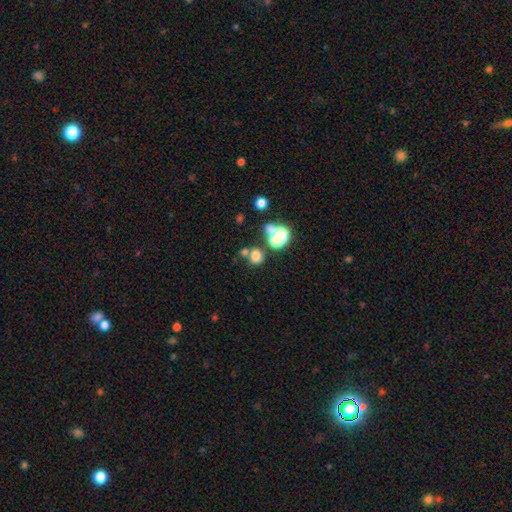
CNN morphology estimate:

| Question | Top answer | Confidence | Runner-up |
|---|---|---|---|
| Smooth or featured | smooth | 70% | star or artifact (21%) |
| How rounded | round | 69% | in between (29%) |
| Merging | none | 56% | merger (28%) |